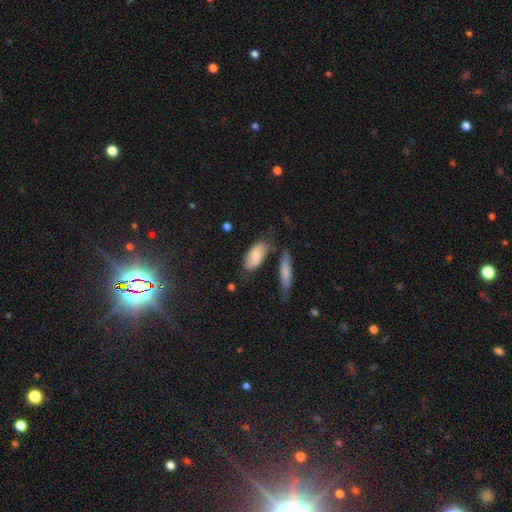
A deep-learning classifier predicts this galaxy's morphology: Q: Smooth or featured?
A: smooth (72%); runner-up: featured or disk (21%)
Q: How rounded?
A: in between (87%); runner-up: cigar-shaped (10%)
Q: Merging?
A: none (63%); runner-up: minor disturbance (21%)